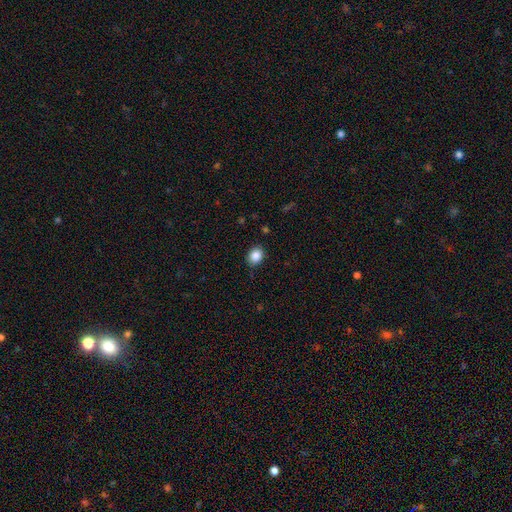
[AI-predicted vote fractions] Smooth or featured: smooth — 87% (star or artifact — 9%)
How rounded: in between — 52% (round — 47%)
Merging: none — 87% (minor disturbance — 9%)